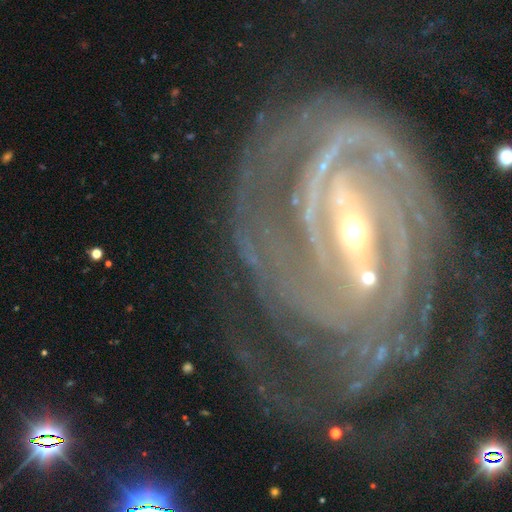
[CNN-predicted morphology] A featured or disk galaxy (91%) with a strong bar (53%), 2 (28%) tight (68%) spiral arms (98%) and a small central bulge (63%). Merging: none (57%).